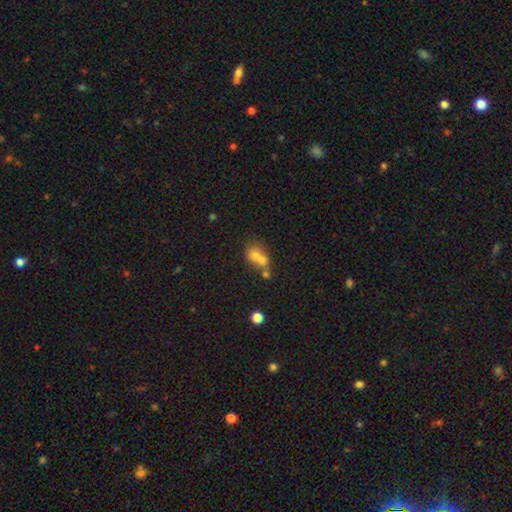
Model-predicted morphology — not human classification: type=smooth (63%); roundness=in between (51%); merging=merger (64%).